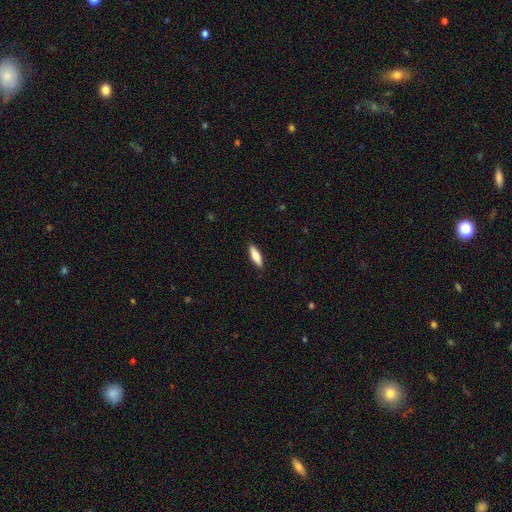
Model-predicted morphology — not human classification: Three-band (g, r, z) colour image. It shows a smooth galaxy with no disk features (76%) that is in between round and cigar-shaped (53%). Merging: none (88%).